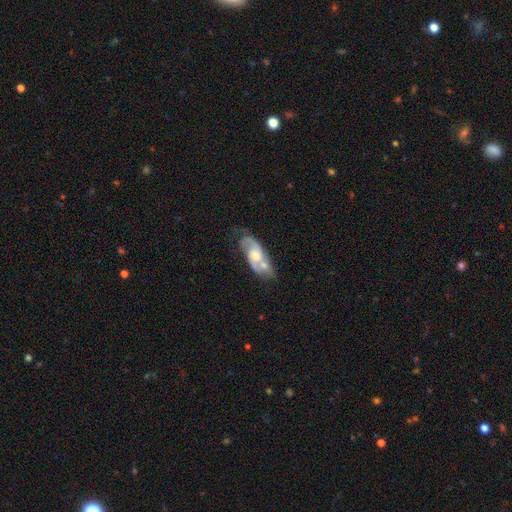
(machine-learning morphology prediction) The model was most divided on "merging": none: 39%, merger: 29%, minor disturbance: 21%, major disturbance: 11%. Remaining: edge-on disk — no (92%); spiral arms — yes (87%); spiral arm count — 2 (76%); smooth or featured — featured or disk (71%); bar — no (60%); bulge size — moderate (58%); spiral winding — medium (47%).